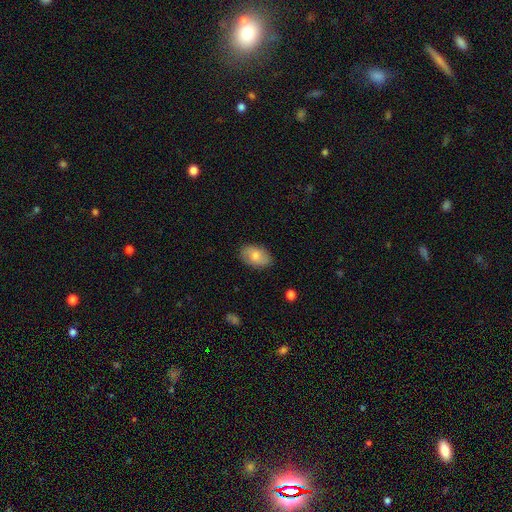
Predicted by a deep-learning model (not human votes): The model was most divided on "smooth or featured": smooth: 78%, featured or disk: 16%, star or artifact: 6%. More confident: how rounded — in between (91%); merging — none (84%).